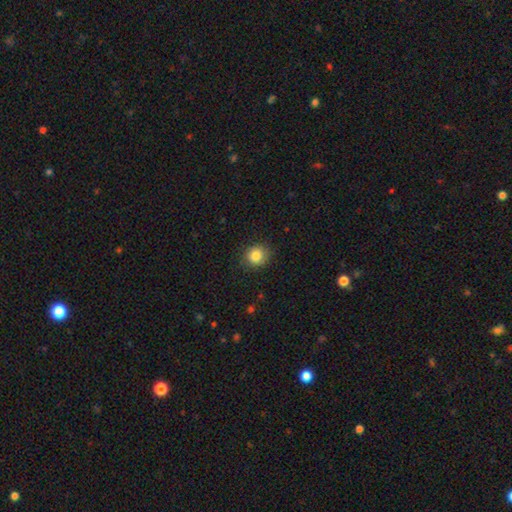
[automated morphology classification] smooth 85%, star or artifact 10%, featured or disk 6%. Down the decision tree: how rounded — round (79%); merging — none (85%).